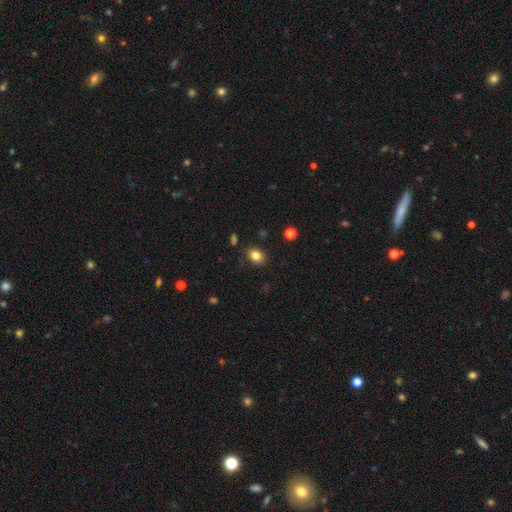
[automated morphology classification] This is clearly a smooth galaxy (82%). How rounded: likely in between (63%). Merging: clearly none (85%).